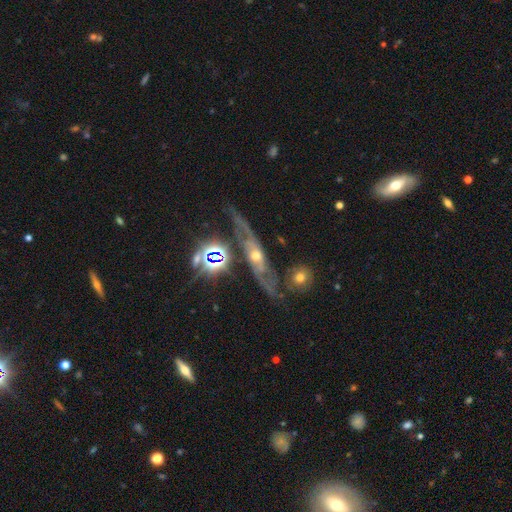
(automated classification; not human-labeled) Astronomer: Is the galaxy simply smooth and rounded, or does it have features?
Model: featured or disk — 74%.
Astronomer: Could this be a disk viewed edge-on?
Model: no — 60% (runner-up: yes, 40%).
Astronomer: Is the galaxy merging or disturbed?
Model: none — 60%.